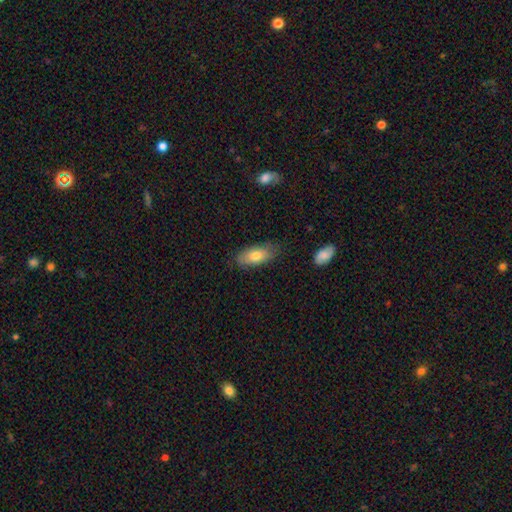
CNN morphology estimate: Smooth or featured? smooth (76%)
How rounded? in between (86%)
Merging? none (77%)